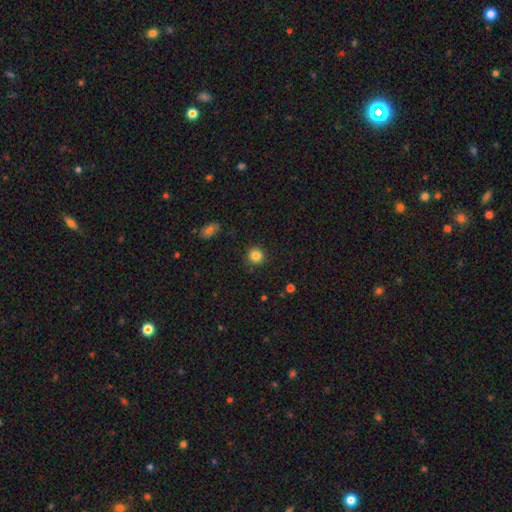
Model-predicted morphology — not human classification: smooth_or_featured: smooth (p=0.84) [alt: star or artifact p=0.11]
how_rounded: round (p=0.92) [alt: in between p=0.07]
merging: none (p=0.90) [alt: minor disturbance p=0.07]